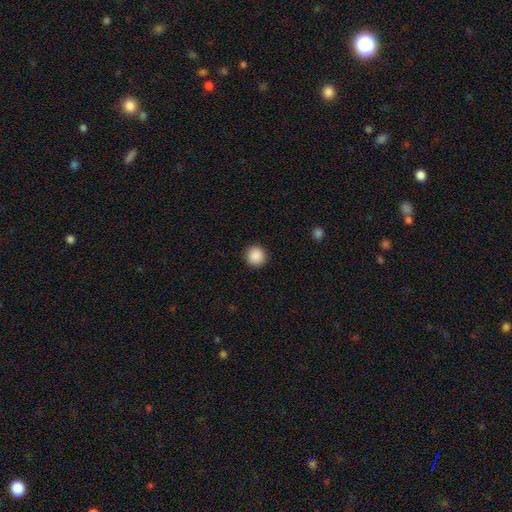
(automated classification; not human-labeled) Morphology: type=smooth (89%); roundness=round (92%); merging=none (92%).